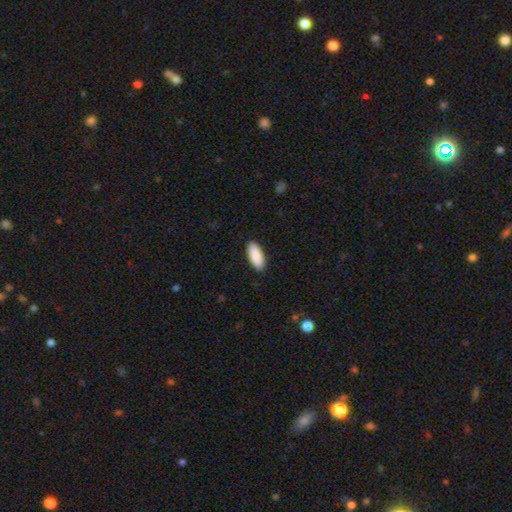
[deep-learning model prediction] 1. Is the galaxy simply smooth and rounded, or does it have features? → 91% smooth, 5% star or artifact, 3% featured or disk.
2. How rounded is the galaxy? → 87% in between, 12% cigar-shaped, 2% round.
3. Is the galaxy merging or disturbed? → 89% none, 8% minor disturbance, 2% major disturbance, 1% merger.